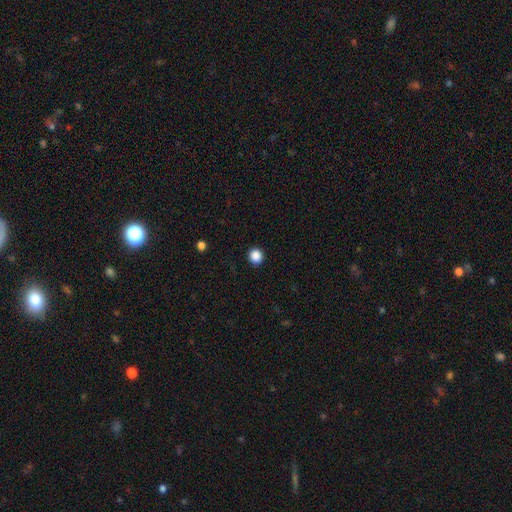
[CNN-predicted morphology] smooth 88%, star or artifact 10%, featured or disk 2%. Down the decision tree: how rounded — round (92%); merging — none (93%).